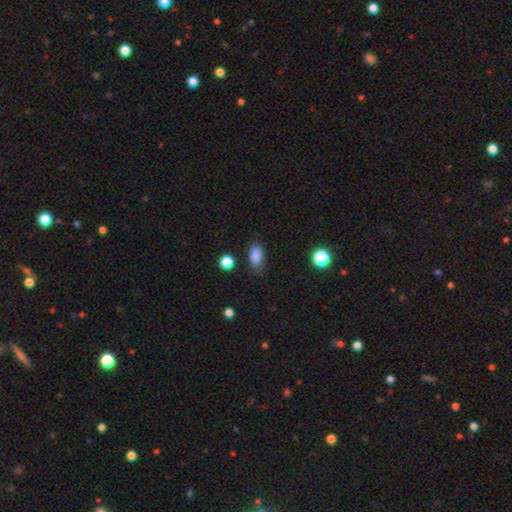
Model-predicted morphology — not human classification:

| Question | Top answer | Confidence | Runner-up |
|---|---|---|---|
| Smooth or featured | smooth | 86% | star or artifact (9%) |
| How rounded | in between | 88% | round (9%) |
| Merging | none | 76% | minor disturbance (17%) |